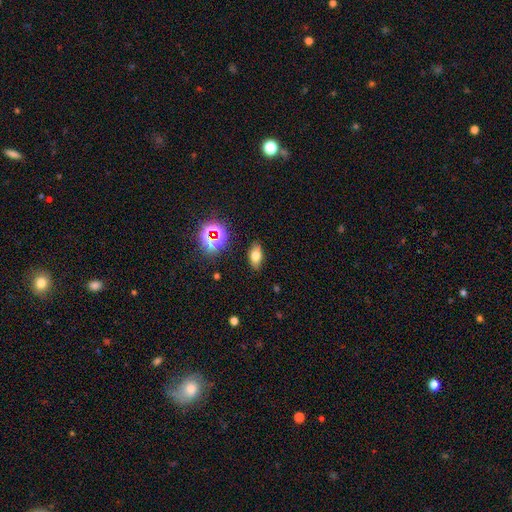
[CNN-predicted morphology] A smooth galaxy with no disk features (69%) that is in between round and cigar-shaped (85%). Merging: none (86%).